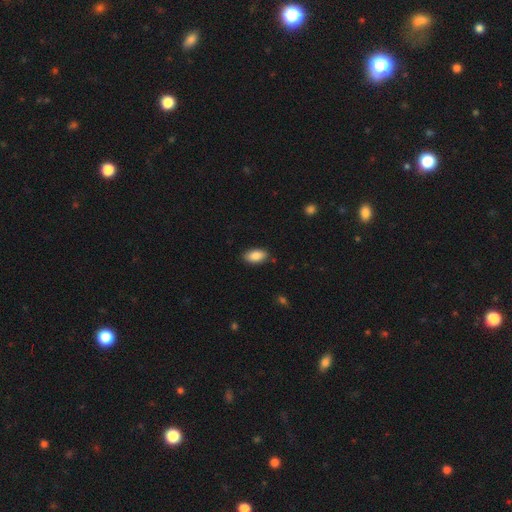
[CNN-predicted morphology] Overall: smooth (87%). How rounded: in between (93%). Merging: none (86%).